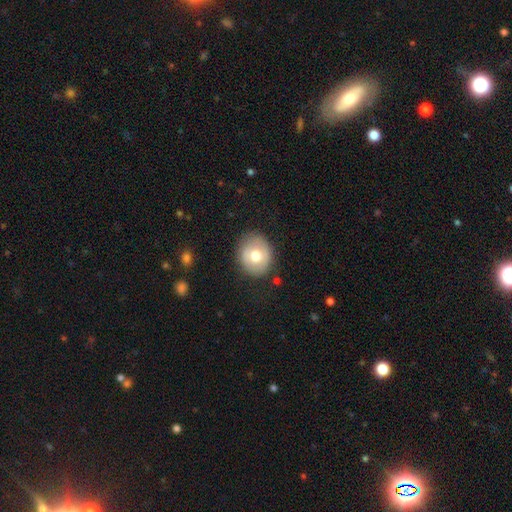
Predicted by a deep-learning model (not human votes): A smooth galaxy with no disk features (67%) that is round (69%).

Vote fractions:
- Smooth or featured? smooth: 67% / featured or disk: 25% / star or artifact: 8%
- How rounded? round: 69% / in between: 30% / cigar-shaped: 1%
- Merging? none: 81% / minor disturbance: 13% / major disturbance: 4% / merger: 2%